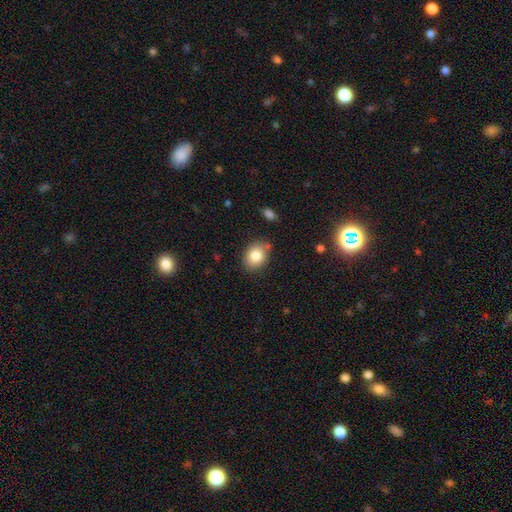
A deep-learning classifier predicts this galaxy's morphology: The model was most divided on "how rounded": in between: 65%, round: 34%, cigar-shaped: 1%. More confident: smooth or featured — smooth (82%); merging — none (79%).